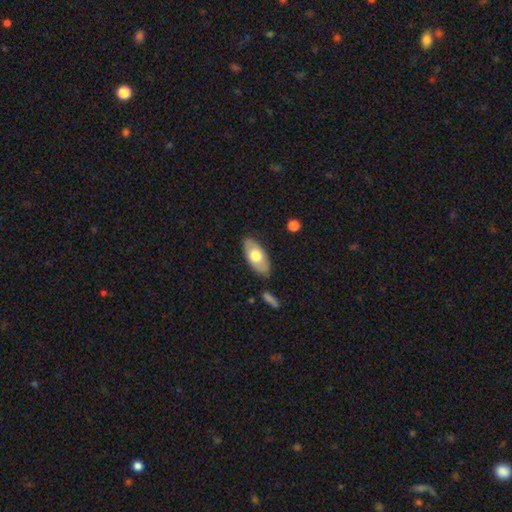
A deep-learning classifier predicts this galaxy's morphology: A smooth galaxy with no disk features (63%) that is in between round and cigar-shaped (91%). Merging: none (84%).